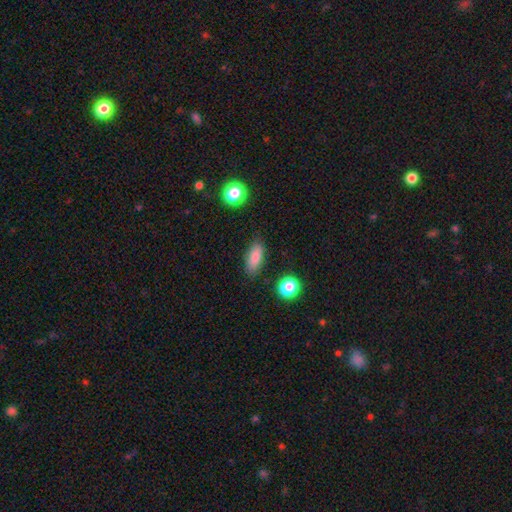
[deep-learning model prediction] smooth_or_featured: smooth (p=0.83) [alt: star or artifact p=0.09]
how_rounded: in between (p=0.76) [alt: cigar-shaped p=0.20]
merging: none (p=0.86) [alt: minor disturbance p=0.10]